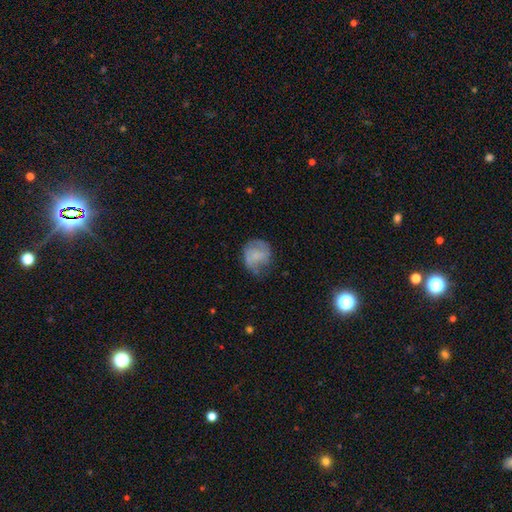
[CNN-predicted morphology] This is possibly a smooth galaxy (55%). How rounded: likely round (73%). Merging: possibly none (53%).